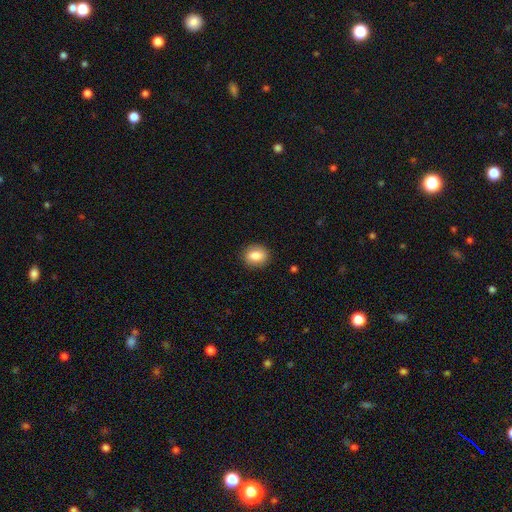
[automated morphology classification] smooth-or-featured: smooth: 81% | featured or disk: 10% | star or artifact: 8%
  how-rounded: round: 51% | in between: 48% | cigar-shaped: 1%
  merging: none: 87% | minor disturbance: 9% | major disturbance: 3% | merger: 1%